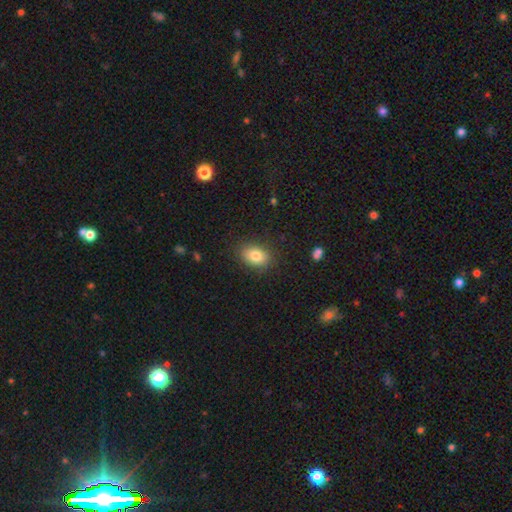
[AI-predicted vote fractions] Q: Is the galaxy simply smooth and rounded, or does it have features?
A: smooth — 82%.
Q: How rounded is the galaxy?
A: in between — 77%.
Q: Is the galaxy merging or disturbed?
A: none — 85%.